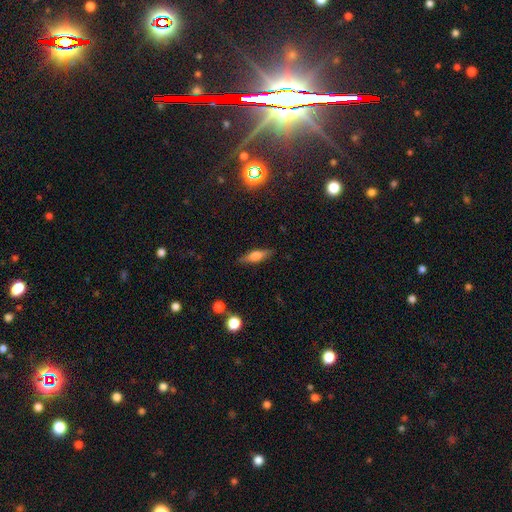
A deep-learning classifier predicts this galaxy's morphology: This appears to be a smooth galaxy with no disk features (54%) that is cigar-shaped (52%). Merging: none (85%).